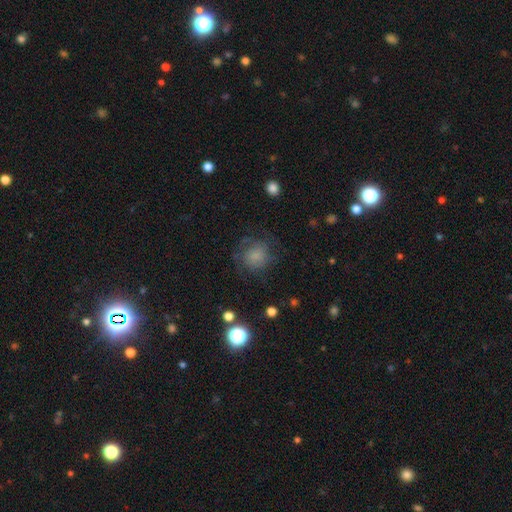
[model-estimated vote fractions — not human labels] Smooth or featured?
  - smooth: 60% *
  - featured or disk: 28%
  - star or artifact: 13%
How rounded?
  - round: 85% *
  - in between: 14%
  - cigar-shaped: 1%
Merging?
  - none: 66% *
  - minor disturbance: 19%
  - major disturbance: 14%
  - merger: 1%